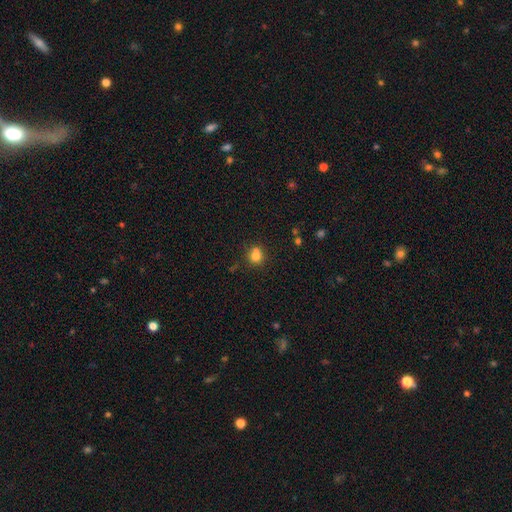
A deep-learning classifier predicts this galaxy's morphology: type=smooth (77%); roundness=round (83%); merging=none (53%).